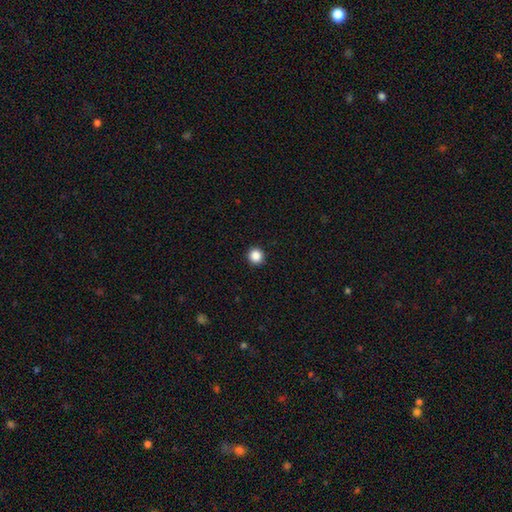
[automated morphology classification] A smooth galaxy with no disk features (86%) that is round (95%).

Vote fractions:
- Smooth or featured? smooth: 86% / star or artifact: 10% / featured or disk: 3%
- How rounded? round: 95% / in between: 4% / cigar-shaped: 1%
- Merging? none: 93% / minor disturbance: 4% / major disturbance: 1% / merger: 1%